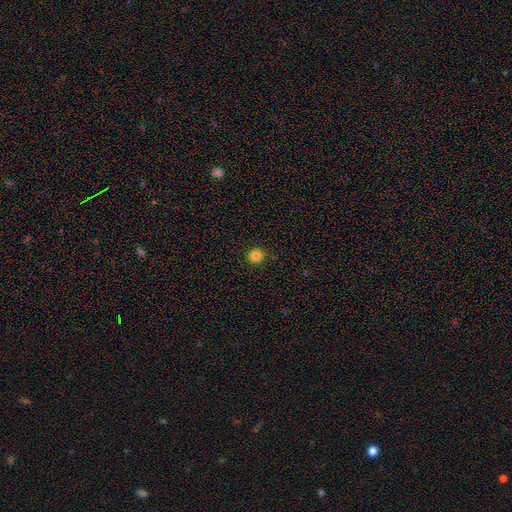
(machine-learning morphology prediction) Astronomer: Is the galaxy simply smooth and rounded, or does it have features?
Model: smooth — 84%.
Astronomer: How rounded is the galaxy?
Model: round — 95%.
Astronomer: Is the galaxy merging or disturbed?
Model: none — 91%.